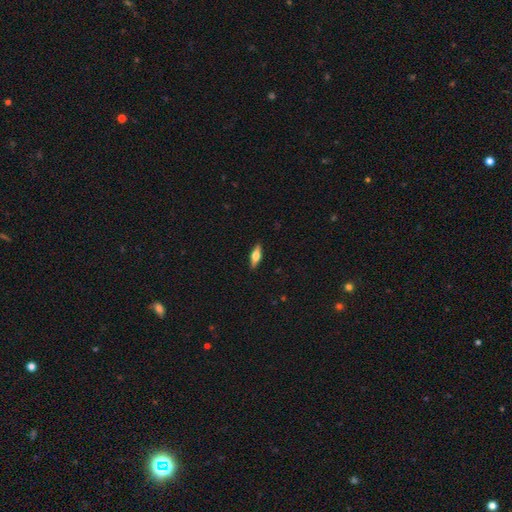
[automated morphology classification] A smooth galaxy with no disk features (47%).

Vote fractions:
- Smooth or featured? smooth: 47% / featured or disk: 46% / star or artifact: 6%
- Merging? none: 89% / minor disturbance: 8% / major disturbance: 2% / merger: 1%